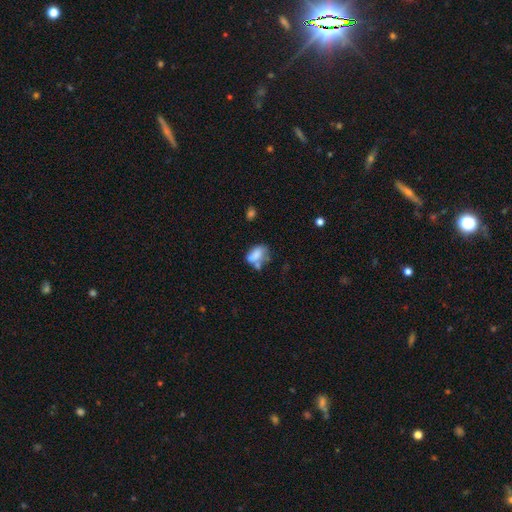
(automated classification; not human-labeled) This is likely a smooth galaxy (66%). How rounded: clearly in between (84%). Merging: marginally none (30%, tied with merger).